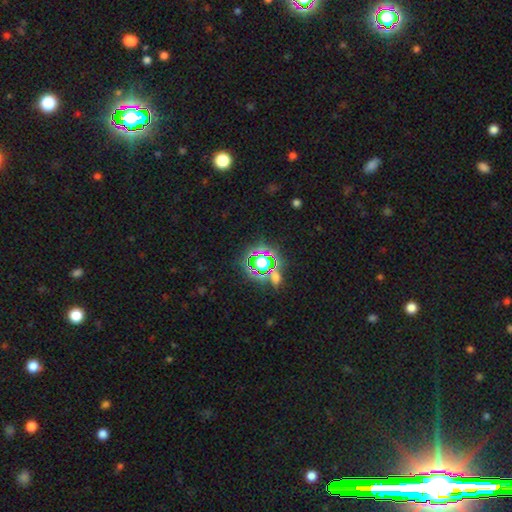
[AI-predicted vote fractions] A star or artifact, not a galaxy (65%).